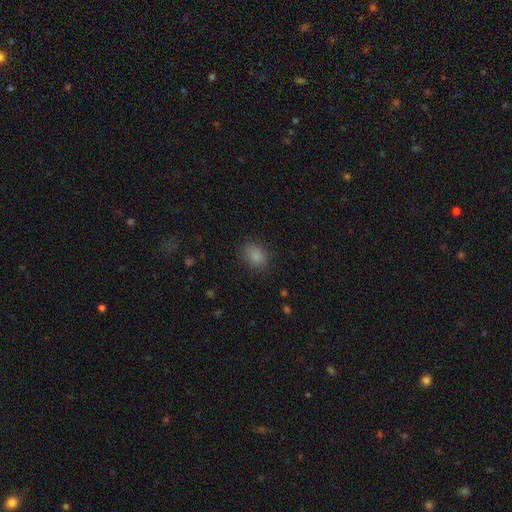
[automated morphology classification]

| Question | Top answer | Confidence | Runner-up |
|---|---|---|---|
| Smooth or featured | smooth | 85% | star or artifact (10%) |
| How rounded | in between | 56% | round (43%) |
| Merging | none | 81% | minor disturbance (14%) |